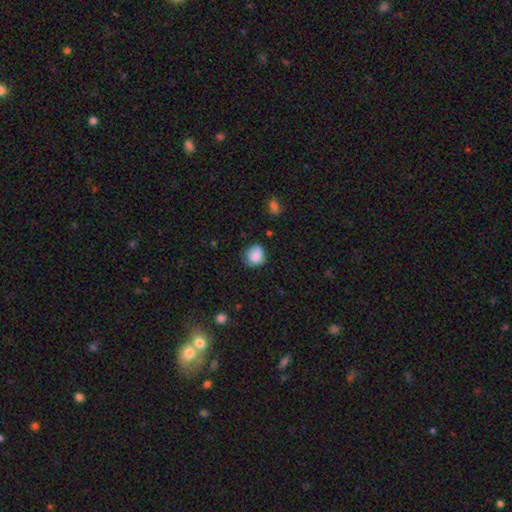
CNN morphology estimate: Smooth or featured: smooth — 83% (star or artifact — 9%)
How rounded: round — 75% (in between — 24%)
Merging: none — 64% (minor disturbance — 27%)